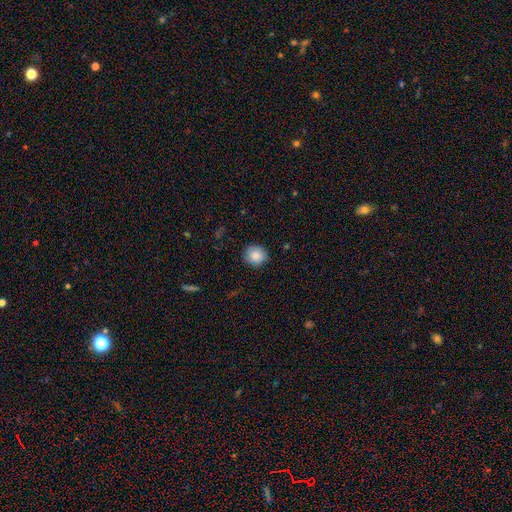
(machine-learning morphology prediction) Smooth or featured?
  - smooth: 86% *
  - star or artifact: 8%
  - featured or disk: 6%
How rounded?
  - round: 83% *
  - in between: 16%
  - cigar-shaped: 1%
Merging?
  - none: 87% *
  - minor disturbance: 10%
  - major disturbance: 2%
  - merger: 1%